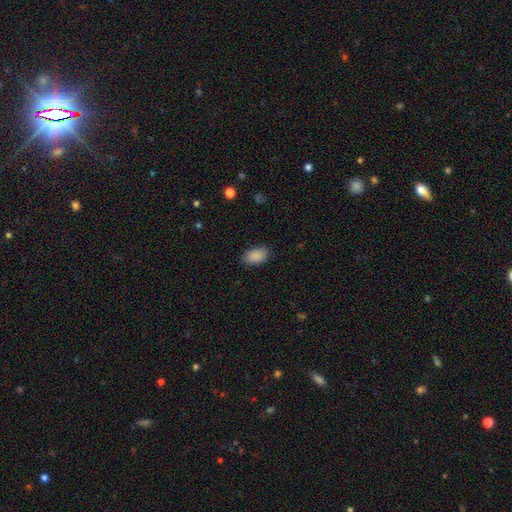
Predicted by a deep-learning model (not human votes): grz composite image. It shows a smooth galaxy with no disk features (89%) that is in between round and cigar-shaped (92%). Merging: none (84%).